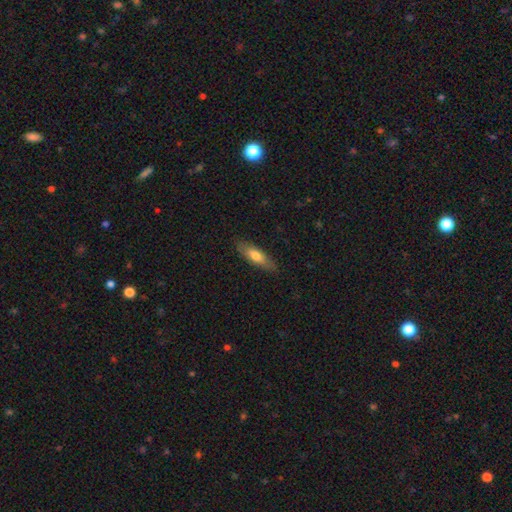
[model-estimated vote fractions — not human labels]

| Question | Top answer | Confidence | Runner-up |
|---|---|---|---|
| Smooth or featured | smooth | 69% | featured or disk (25%) |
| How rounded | in between | 51% | cigar-shaped (47%) |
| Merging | none | 84% | minor disturbance (12%) |